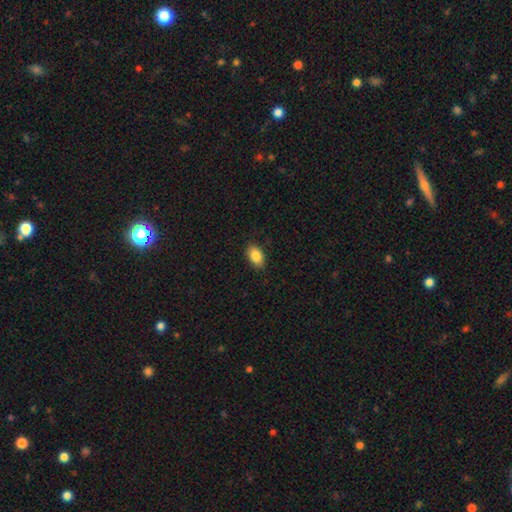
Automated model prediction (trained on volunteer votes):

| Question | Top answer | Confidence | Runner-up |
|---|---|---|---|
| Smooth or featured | smooth | 85% | star or artifact (8%) |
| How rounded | in between | 89% | round (9%) |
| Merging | none | 87% | minor disturbance (10%) |